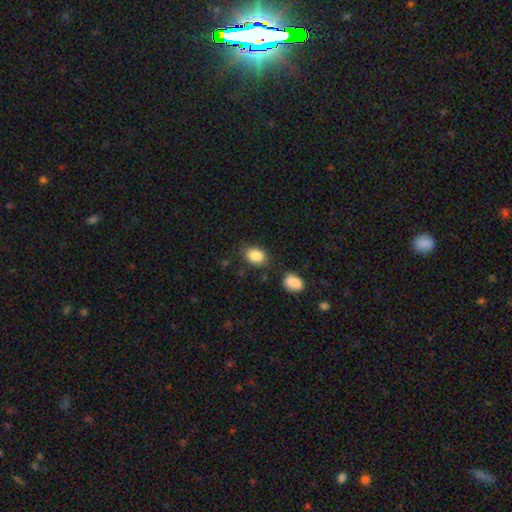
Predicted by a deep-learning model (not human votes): Q: Smooth or featured?
A: smooth (87%); runner-up: star or artifact (8%)
Q: How rounded?
A: in between (71%); runner-up: round (28%)
Q: Merging?
A: none (78%); runner-up: minor disturbance (13%)